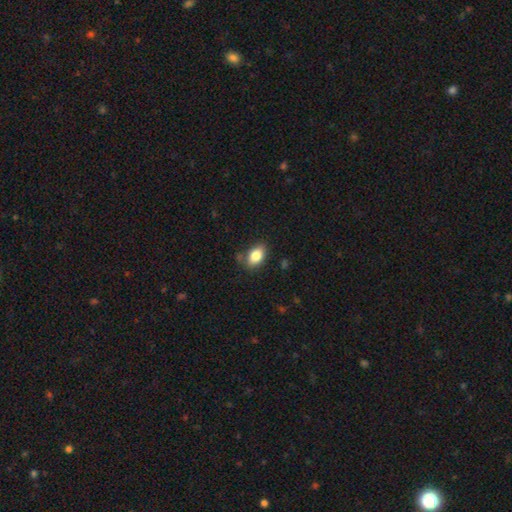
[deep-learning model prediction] smooth-or-featured: smooth: 83% | featured or disk: 9% | star or artifact: 8%
  how-rounded: in between: 87% | round: 11% | cigar-shaped: 2%
  merging: none: 74% | minor disturbance: 18% | major disturbance: 4% | merger: 3%